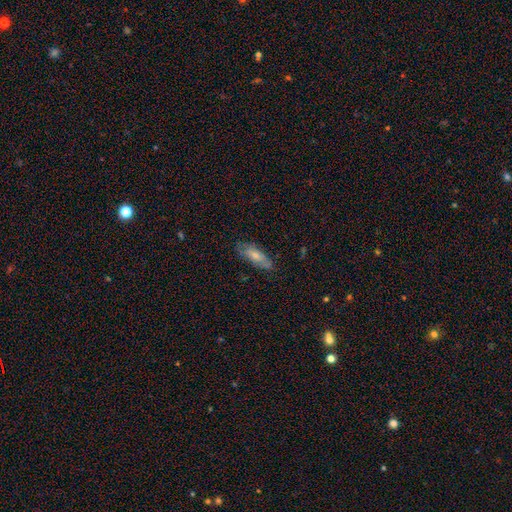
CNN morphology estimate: This appears to be a smooth galaxy with no disk features (58%) that is in between round and cigar-shaped (71%). Merging: none (73%).